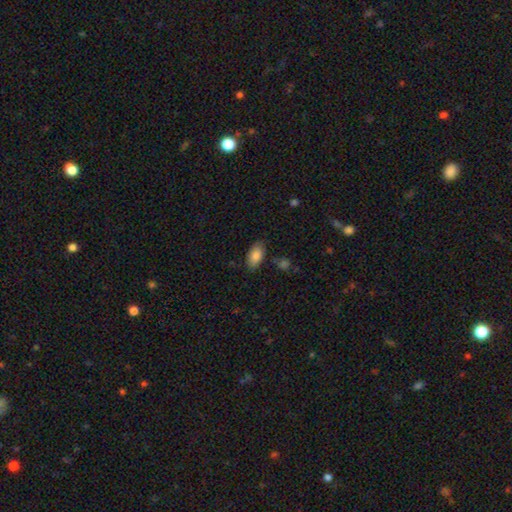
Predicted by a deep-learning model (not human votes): A smooth galaxy with no disk features (84%) that is in between round and cigar-shaped (93%). Merging: none (79%).